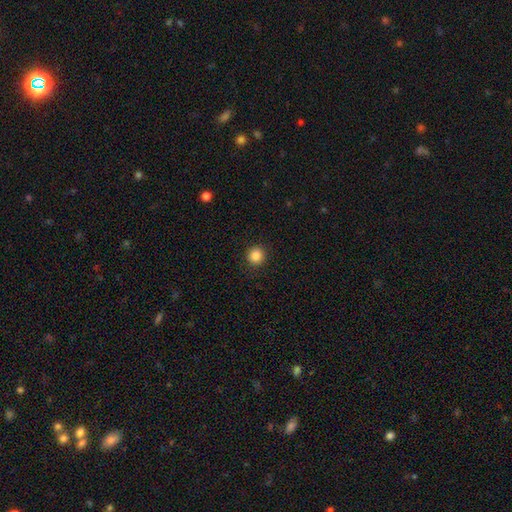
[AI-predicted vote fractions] Smooth or featured?
  - smooth: 85% *
  - star or artifact: 10%
  - featured or disk: 5%
How rounded?
  - round: 93% *
  - in between: 6%
  - cigar-shaped: 1%
Merging?
  - none: 92% *
  - minor disturbance: 5%
  - major disturbance: 2%
  - merger: 1%